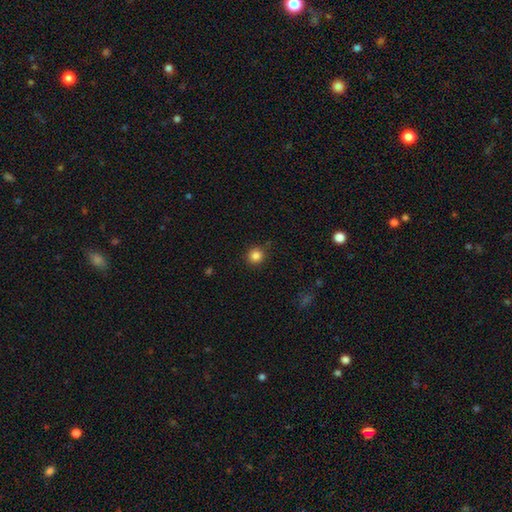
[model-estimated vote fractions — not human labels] Smooth or featured: smooth — 84% (star or artifact — 12%)
How rounded: round — 91% (in between — 8%)
Merging: none — 86% (minor disturbance — 9%)